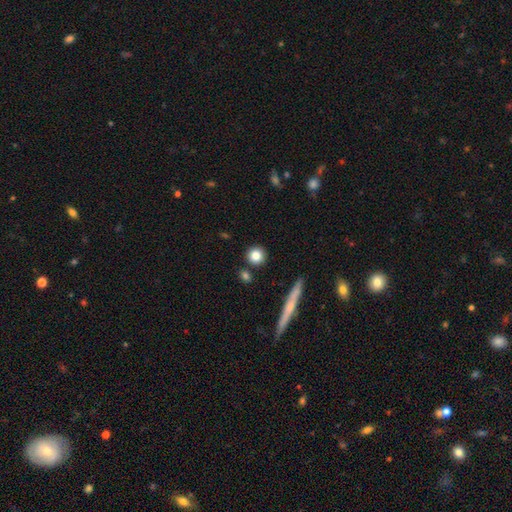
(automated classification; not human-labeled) smooth_or_featured: smooth (p=0.82) [alt: star or artifact p=0.09]
how_rounded: round (p=0.90) [alt: in between p=0.08]
merging: none (p=0.86) [alt: minor disturbance p=0.07]